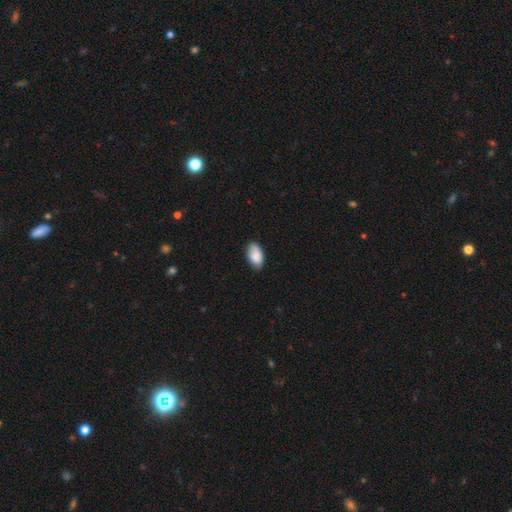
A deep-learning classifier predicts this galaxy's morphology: smooth 85%, featured or disk 8%, star or artifact 6%. Down the decision tree: how rounded — in between (94%); merging — none (78%).